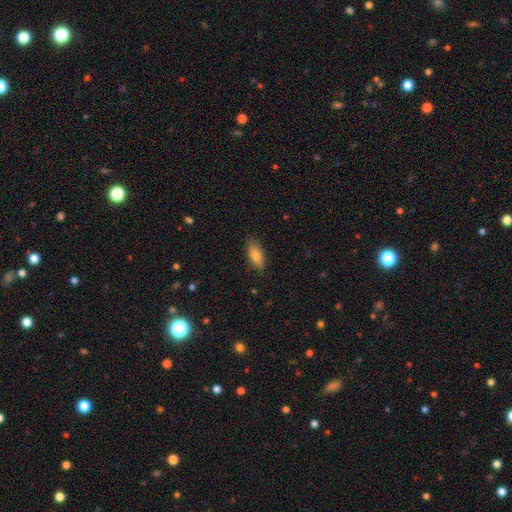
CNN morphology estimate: Smooth or featured? smooth (74%)
How rounded? in between (75%)
Merging? none (85%)